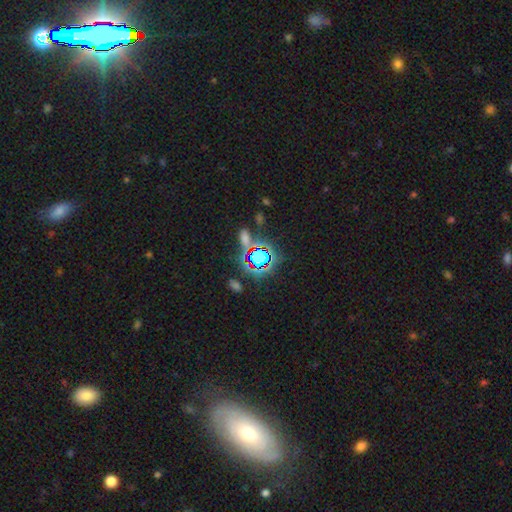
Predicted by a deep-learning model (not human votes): star or artifact 65%, smooth 24%, featured or disk 11%.